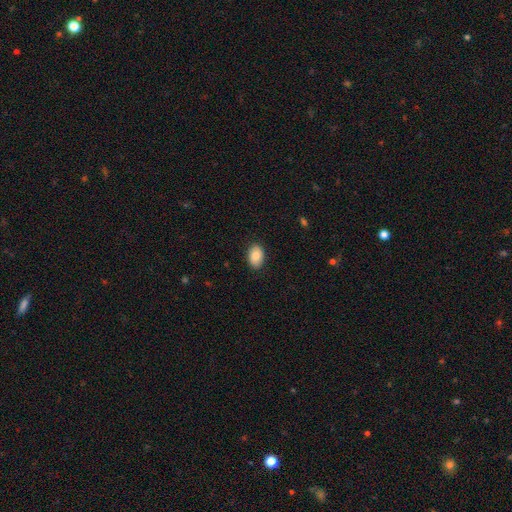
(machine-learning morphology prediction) Smooth or featured?
  - smooth: 84% *
  - featured or disk: 9%
  - star or artifact: 7%
How rounded?
  - in between: 86% *
  - round: 12%
  - cigar-shaped: 1%
Merging?
  - none: 88% *
  - minor disturbance: 9%
  - major disturbance: 2%
  - merger: 1%